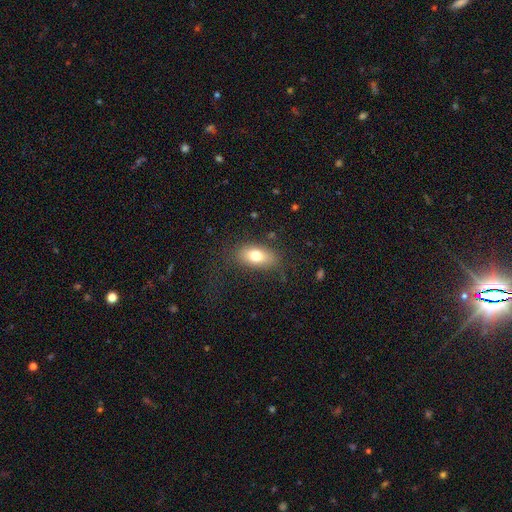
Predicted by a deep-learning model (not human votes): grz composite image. It shows a smooth galaxy with no disk features (75%) that is in between round and cigar-shaped (86%). Merging: none (78%).